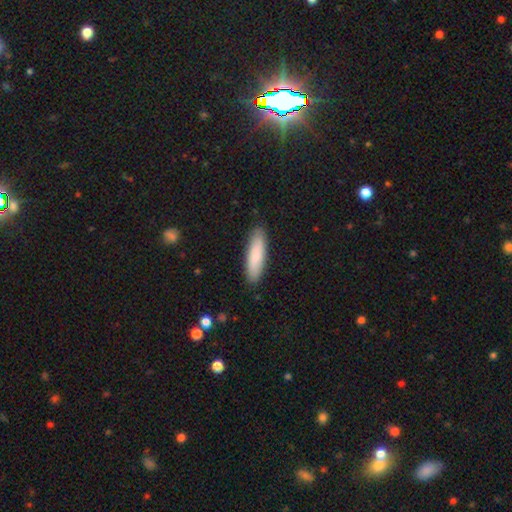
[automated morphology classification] type=smooth (85%); roundness=cigar-shaped (69%); merging=none (89%).